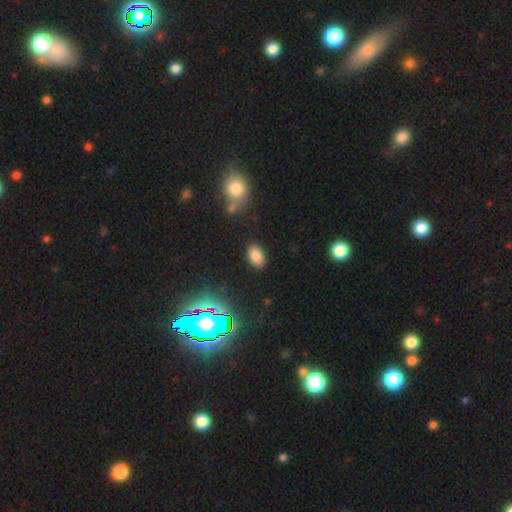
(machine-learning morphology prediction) This is likely a smooth galaxy (79%). How rounded: clearly in between (92%). Merging: clearly none (86%).